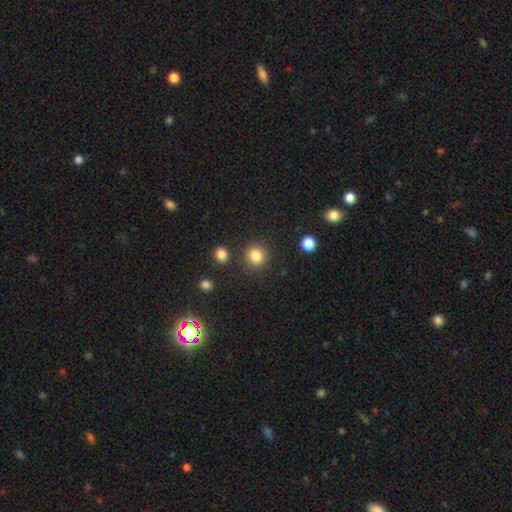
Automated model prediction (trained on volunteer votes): Q: Smooth or featured?
A: smooth (84%); runner-up: star or artifact (11%)
Q: How rounded?
A: round (89%); runner-up: in between (10%)
Q: Merging?
A: none (87%); runner-up: minor disturbance (7%)